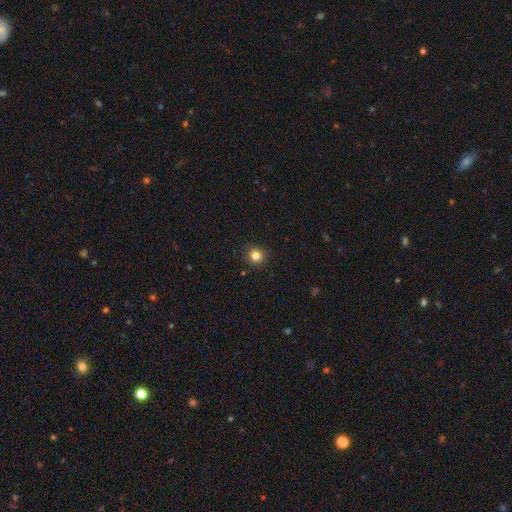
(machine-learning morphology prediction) Q: Smooth or featured?
A: smooth (83%); runner-up: star or artifact (12%)
Q: How rounded?
A: round (92%); runner-up: in between (7%)
Q: Merging?
A: none (89%); runner-up: minor disturbance (7%)